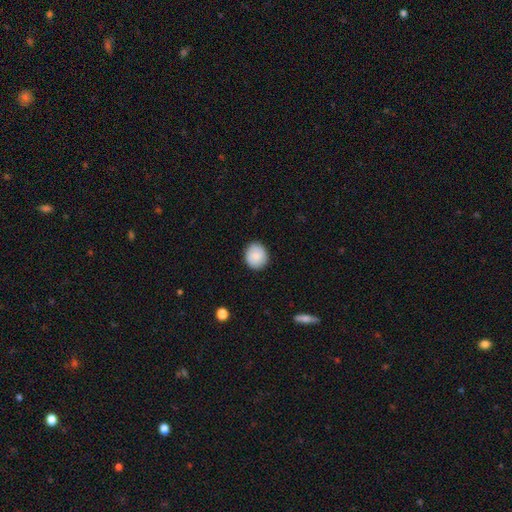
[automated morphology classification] Smooth or featured? smooth (84%)
How rounded? round (81%)
Merging? none (89%)